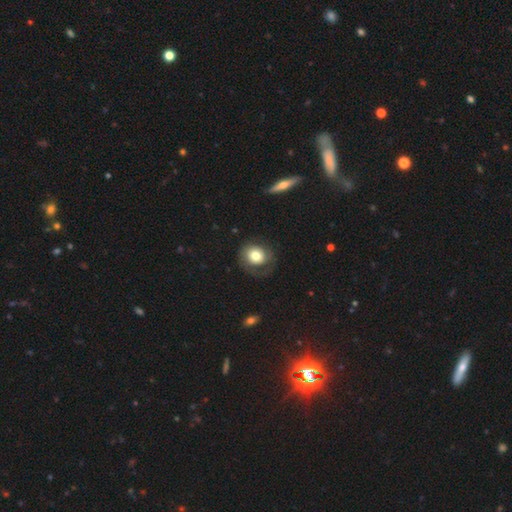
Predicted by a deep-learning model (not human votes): Q: Smooth or featured?
A: smooth (68%); runner-up: featured or disk (24%)
Q: How rounded?
A: round (73%); runner-up: in between (26%)
Q: Merging?
A: none (59%); runner-up: minor disturbance (20%)